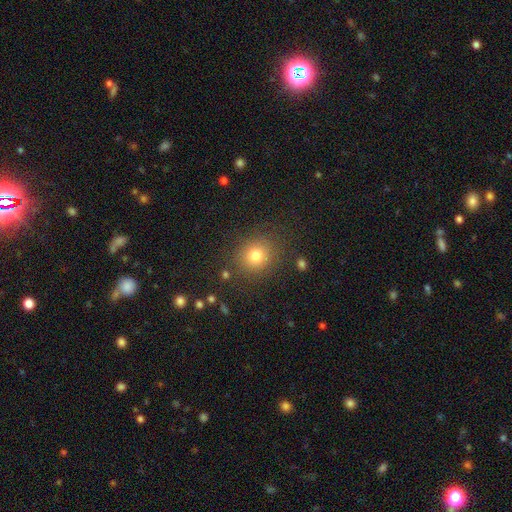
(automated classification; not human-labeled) Morphology: type=smooth (78%); roundness=round (83%); merging=none (84%).